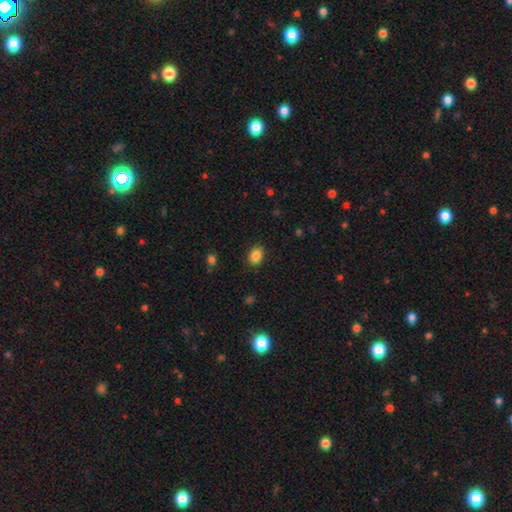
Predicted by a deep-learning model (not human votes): smooth 86%, star or artifact 9%, featured or disk 4%. Down the decision tree: how rounded — in between (64%); merging — none (87%).